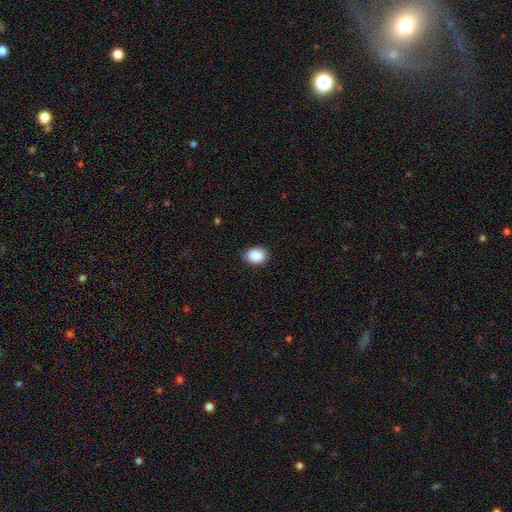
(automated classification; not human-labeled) Overall: smooth (89%). How rounded: in between (66%; round 33%). Merging: none (85%).